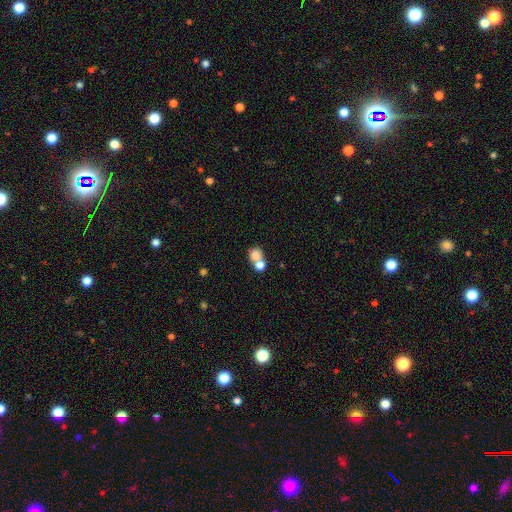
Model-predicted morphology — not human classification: Overall: smooth (78%). How rounded: round (70%). Merging: merger (55%; none 33%).